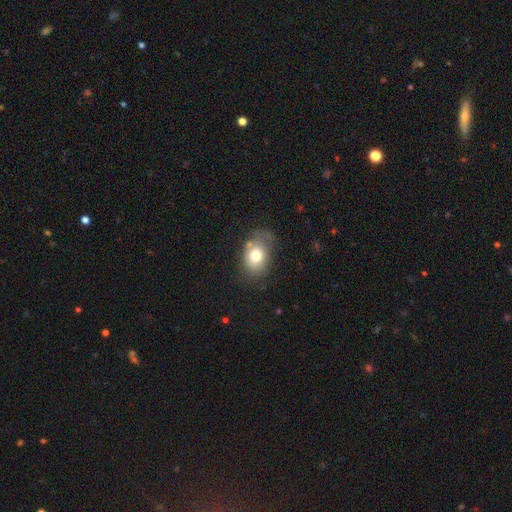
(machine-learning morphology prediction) smooth 73%, featured or disk 18%, star or artifact 10%. Down the decision tree: how rounded — in between (66%); merging — none (59%).